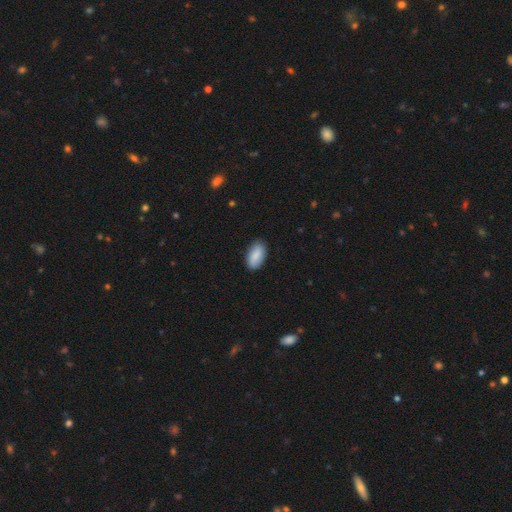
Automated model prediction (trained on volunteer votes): smooth-or-featured: smooth: 88% | featured or disk: 6% | star or artifact: 6%
  how-rounded: in between: 94% | cigar-shaped: 3% | round: 3%
  merging: none: 87% | minor disturbance: 10% | major disturbance: 2% | merger: 1%